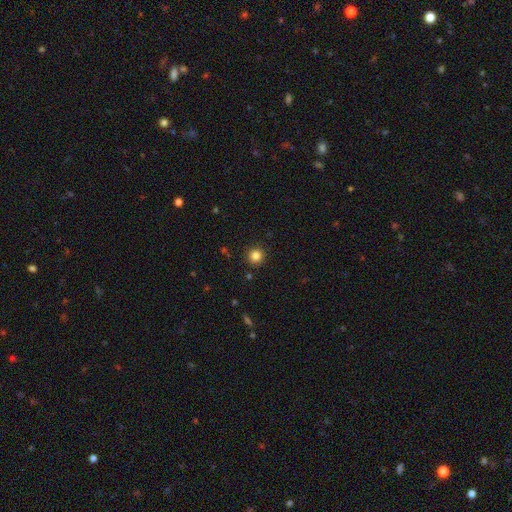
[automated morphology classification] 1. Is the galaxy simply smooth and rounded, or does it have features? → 83% smooth, 12% star or artifact, 5% featured or disk.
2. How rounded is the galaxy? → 95% round, 4% in between, 1% cigar-shaped.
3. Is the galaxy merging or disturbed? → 91% none, 5% minor disturbance, 2% major disturbance, 1% merger.